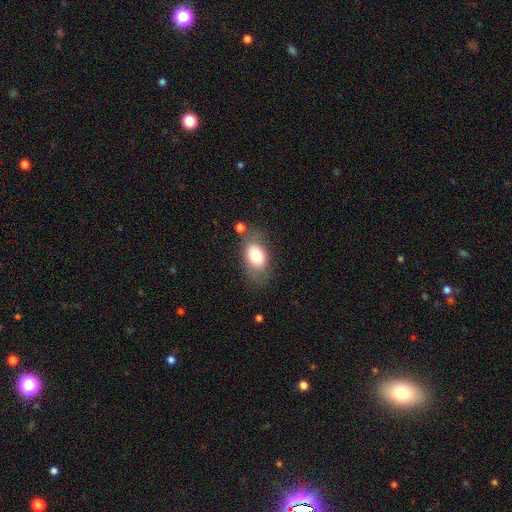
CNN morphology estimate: The model was most divided on "merging": none: 64%, minor disturbance: 20%, major disturbance: 8%, merger: 8%. More confident: how rounded — in between (86%); smooth or featured — smooth (75%).